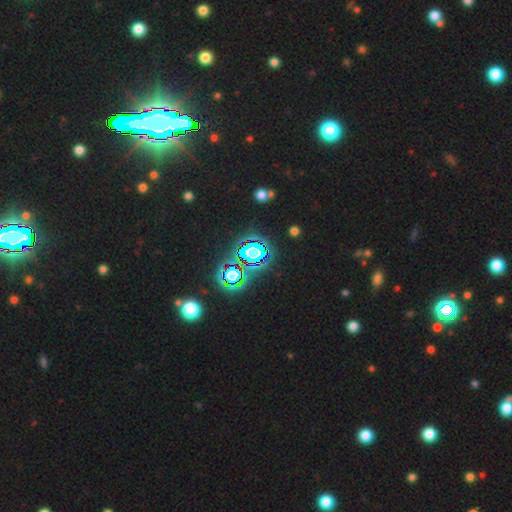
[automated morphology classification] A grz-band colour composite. It shows a star or artifact, not a galaxy (77%).